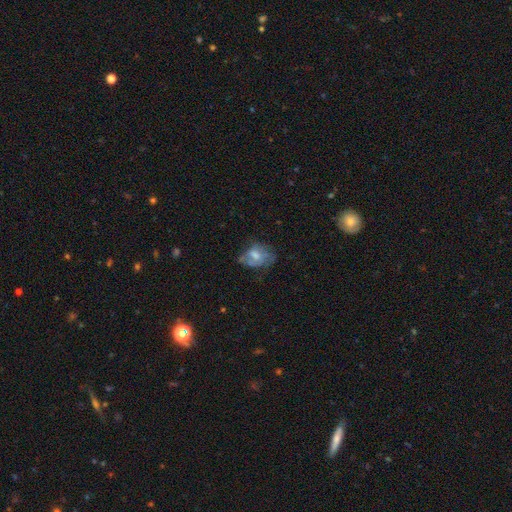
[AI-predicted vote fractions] Smooth or featured? smooth (46%)
Merging? none (41%)